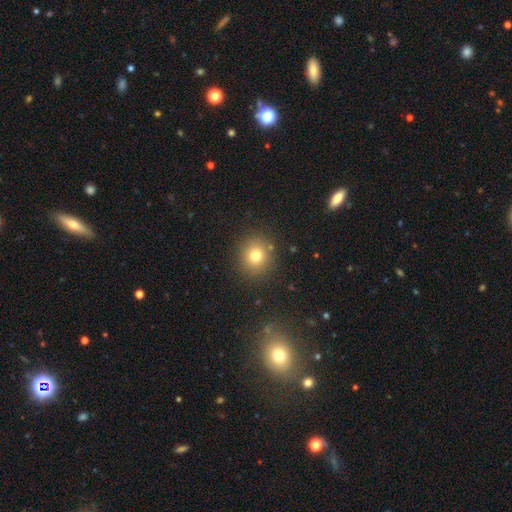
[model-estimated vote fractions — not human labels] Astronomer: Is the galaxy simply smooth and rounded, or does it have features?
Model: smooth — 76%.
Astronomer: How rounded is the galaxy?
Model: round — 85%.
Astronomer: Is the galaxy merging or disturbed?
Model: none — 86%.